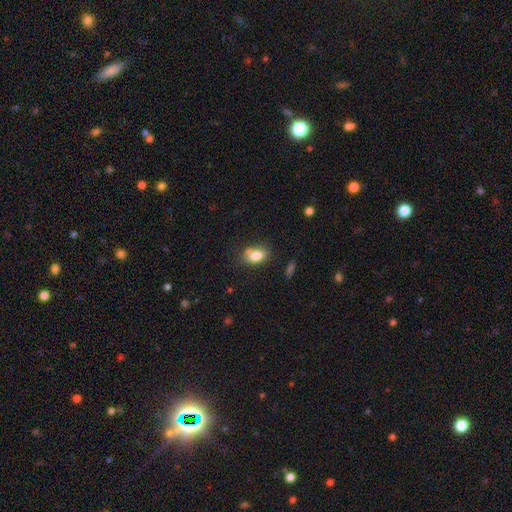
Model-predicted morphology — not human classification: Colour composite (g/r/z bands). It shows a smooth galaxy with no disk features (80%) that is in between round and cigar-shaped (83%). Merging: none (61%).